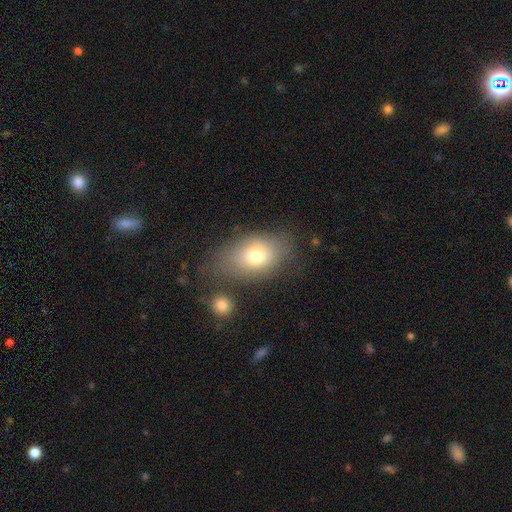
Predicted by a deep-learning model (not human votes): The model was most divided on "merging": none: 63%, minor disturbance: 19%, major disturbance: 10%, merger: 8%. More confident: how rounded — in between (78%); smooth or featured — smooth (74%).